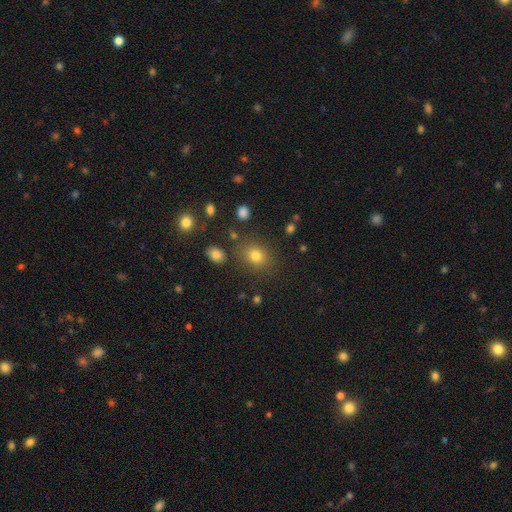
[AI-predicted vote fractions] This appears to be a smooth galaxy with no disk features (77%) that is round (59%). Merging: none (81%).